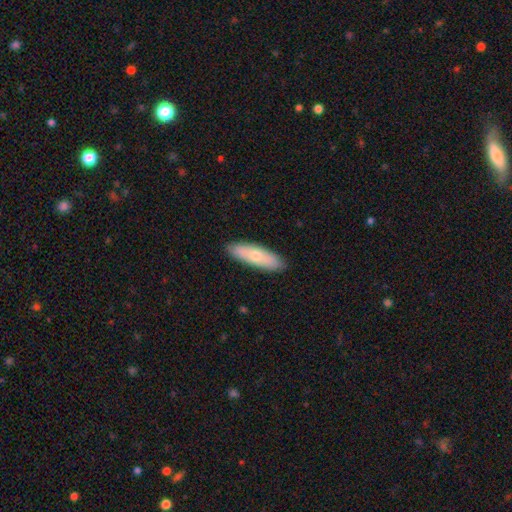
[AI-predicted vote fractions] A smooth galaxy with no disk features (66%) that is cigar-shaped (51%).

Vote fractions:
- Smooth or featured? smooth: 66% / featured or disk: 28% / star or artifact: 6%
- How rounded? cigar-shaped: 51% / in between: 47% / round: 2%
- Merging? none: 88% / minor disturbance: 9% / major disturbance: 2% / merger: 1%